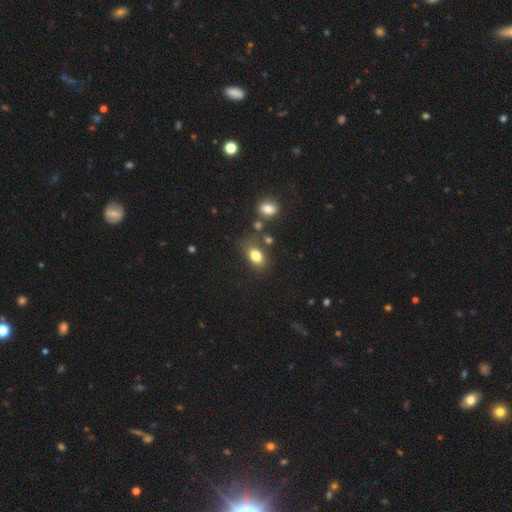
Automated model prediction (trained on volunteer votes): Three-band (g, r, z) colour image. It shows a smooth galaxy with no disk features (80%) that is in between round and cigar-shaped (82%). Merging: none (70%).